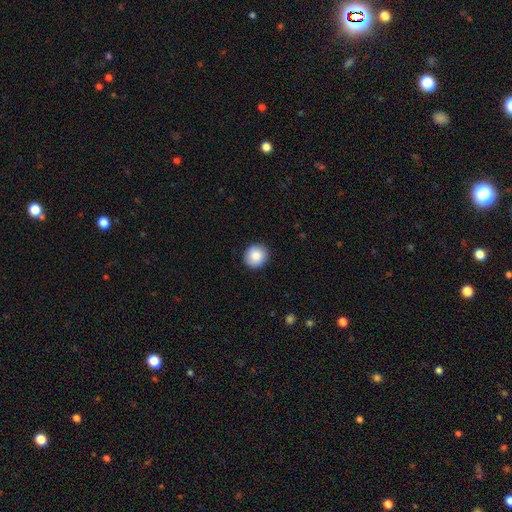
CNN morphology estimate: The model was most divided on "smooth or featured": smooth: 87%, star or artifact: 8%, featured or disk: 5%. More confident: how rounded — round (91%); merging — none (91%).